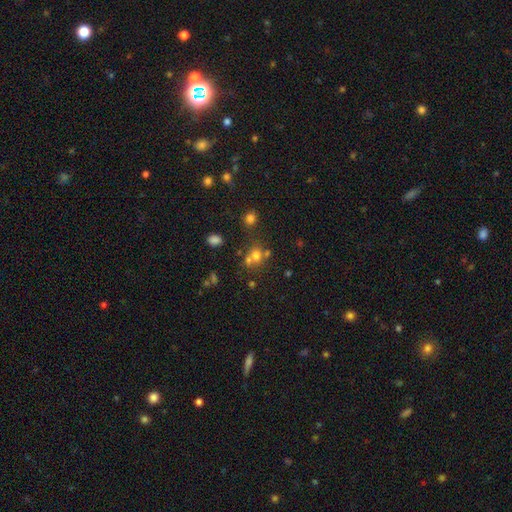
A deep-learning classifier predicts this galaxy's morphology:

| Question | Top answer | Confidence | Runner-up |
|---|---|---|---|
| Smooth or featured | smooth | 67% | star or artifact (20%) |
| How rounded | round | 76% | in between (23%) |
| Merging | none | 46% | merger (39%) |